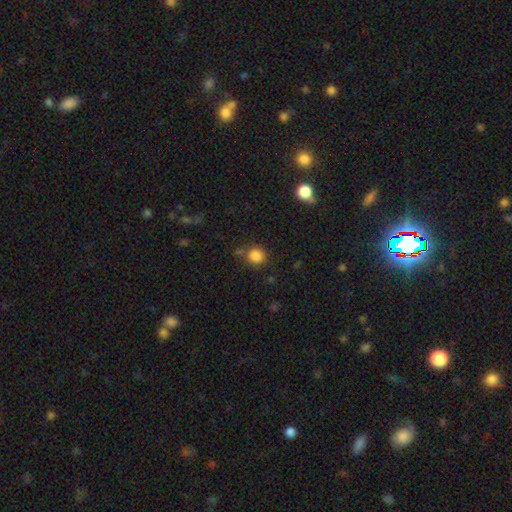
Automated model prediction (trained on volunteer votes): smooth 84%, star or artifact 12%, featured or disk 4%. Down the decision tree: how rounded — round (91%); merging — none (79%).